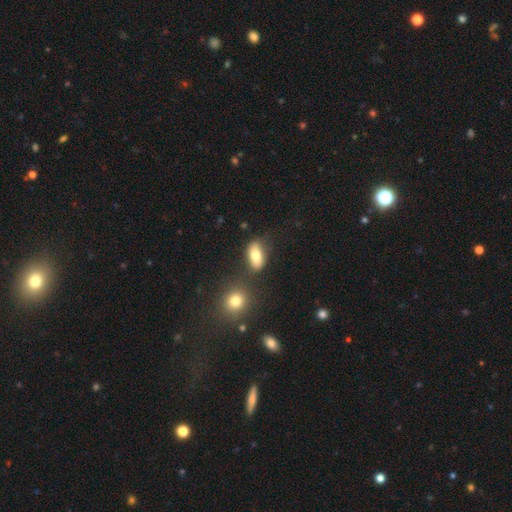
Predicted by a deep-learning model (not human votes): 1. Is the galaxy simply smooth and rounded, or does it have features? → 80% smooth, 12% featured or disk, 8% star or artifact.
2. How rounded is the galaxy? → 88% in between, 6% round, 6% cigar-shaped.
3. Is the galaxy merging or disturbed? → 67% none, 16% minor disturbance, 11% merger, 6% major disturbance.